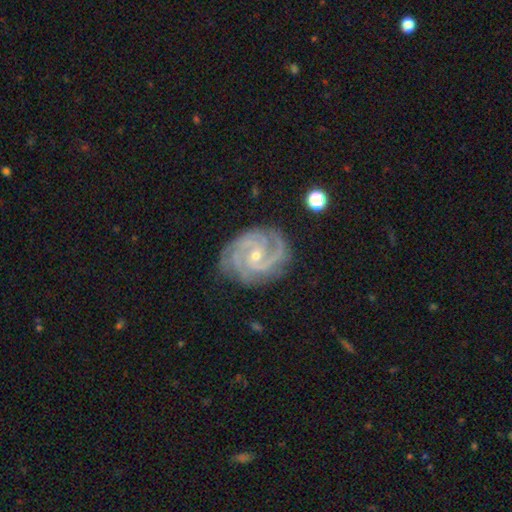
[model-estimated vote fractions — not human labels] Smooth or featured? featured or disk (92%)
Edge-on disk? no (98%)
Bar? no (51%)
Spiral arms? yes (99%)
Spiral winding? tight (62%)
Spiral arm count? 3 (38%)
Bulge size? small (70%)
Merging? none (78%)